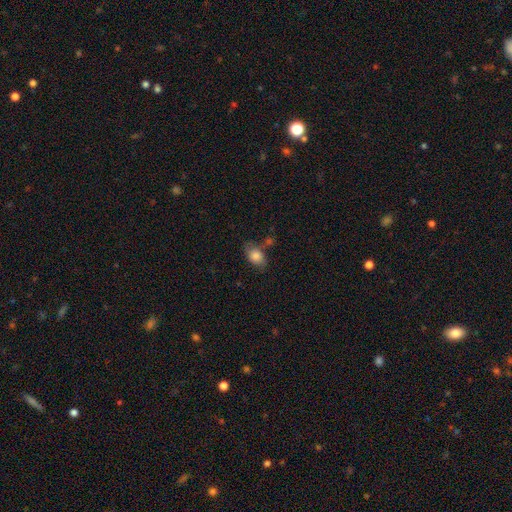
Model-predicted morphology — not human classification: The model was most divided on "merging": none: 56%, minor disturbance: 25%, merger: 11%, major disturbance: 9%. More confident: smooth or featured — smooth (79%); how rounded — in between (78%).